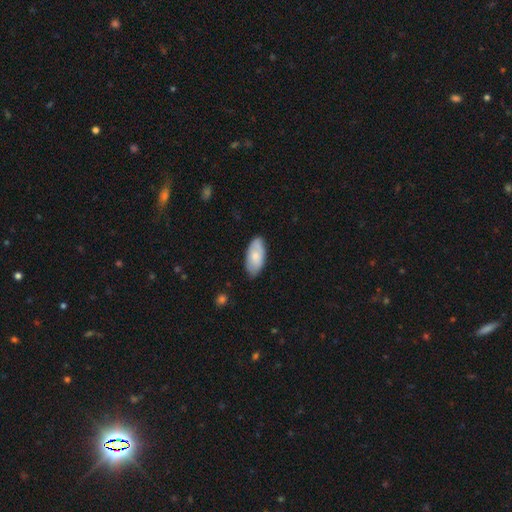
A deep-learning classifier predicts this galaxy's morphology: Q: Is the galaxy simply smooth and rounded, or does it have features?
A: smooth — 73%.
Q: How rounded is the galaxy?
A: in between — 94%.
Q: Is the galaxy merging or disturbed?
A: none — 78%.